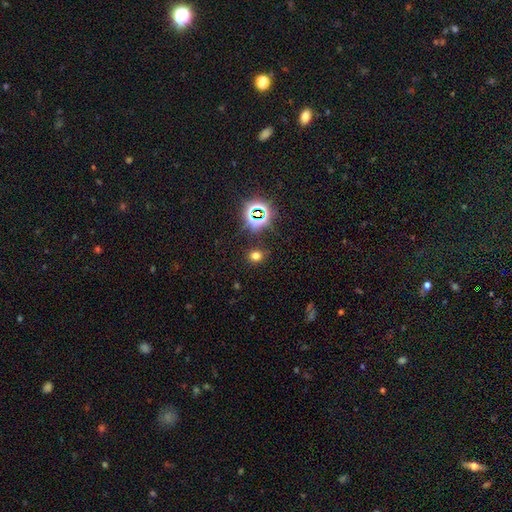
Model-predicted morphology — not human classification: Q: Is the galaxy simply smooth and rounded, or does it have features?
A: smooth — 64%.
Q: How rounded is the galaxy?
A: round — 72%.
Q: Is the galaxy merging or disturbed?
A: none — 85%.